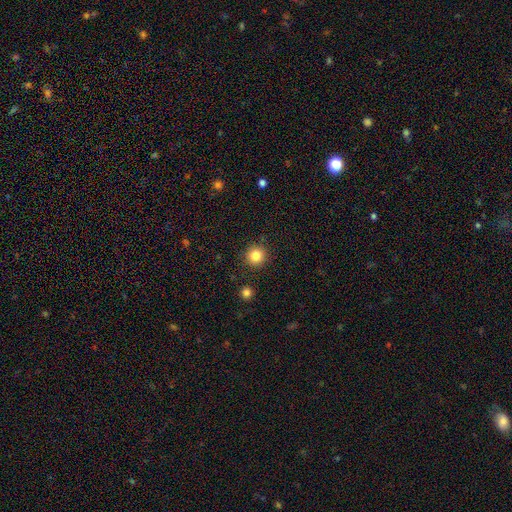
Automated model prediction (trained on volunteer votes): The model was most divided on "smooth or featured": smooth: 84%, star or artifact: 11%, featured or disk: 5%. More confident: how rounded — round (94%); merging — none (90%).